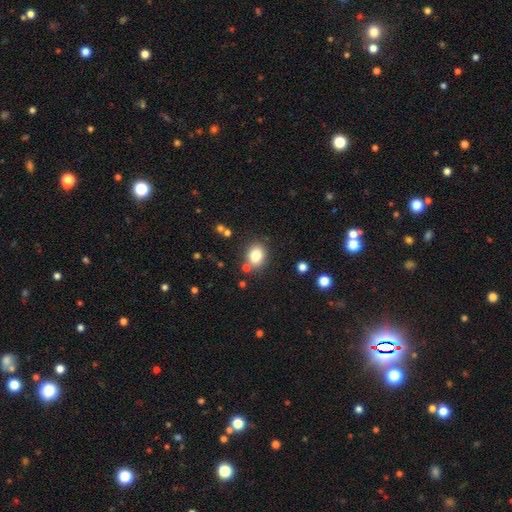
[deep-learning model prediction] Overall: smooth (81%). How rounded: round (50%; in between 49%). Merging: none (78%).